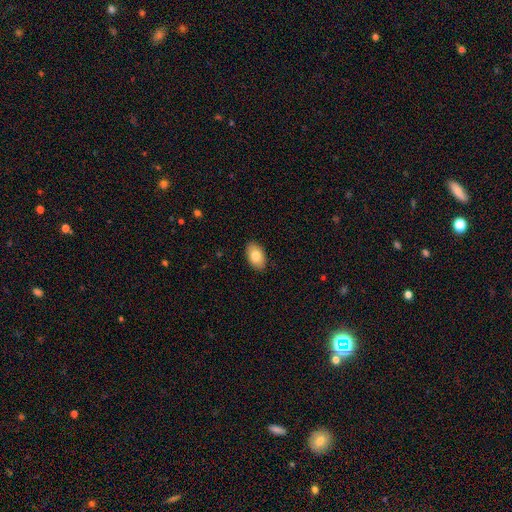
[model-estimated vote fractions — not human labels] Smooth or featured? Predicted: smooth (p=0.81). How rounded? Predicted: in between (p=0.92). Merging? Predicted: none (p=0.89).